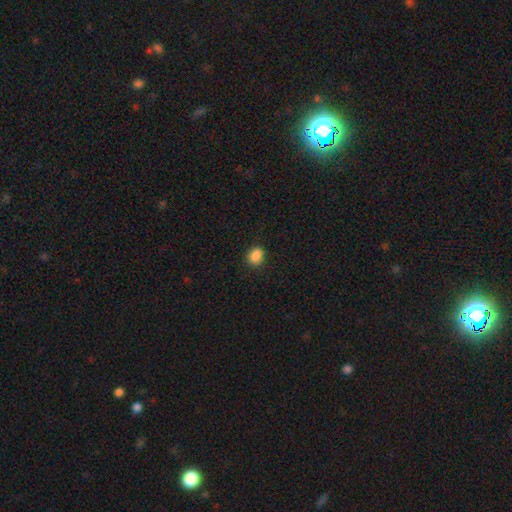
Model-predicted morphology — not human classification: smooth_or_featured: smooth (p=0.87) [alt: star or artifact p=0.10]
how_rounded: in between (p=0.59) [alt: round p=0.40]
merging: none (p=0.83) [alt: minor disturbance p=0.13]